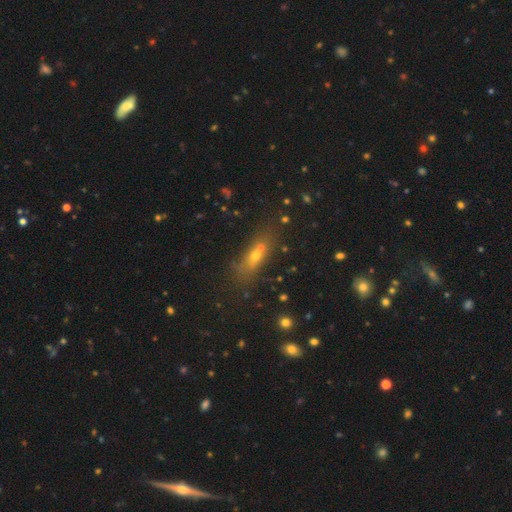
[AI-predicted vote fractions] Q: Smooth or featured?
A: smooth (54%); runner-up: star or artifact (23%)
Q: How rounded?
A: in between (48%); runner-up: cigar-shaped (35%)
Q: Merging?
A: none (46%); runner-up: merger (34%)